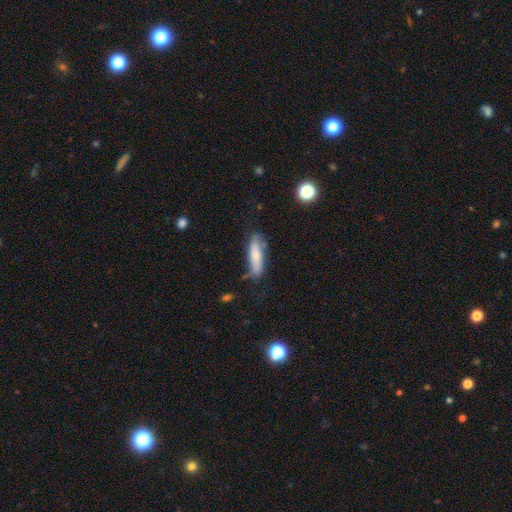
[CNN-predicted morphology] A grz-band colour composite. It shows a smooth galaxy with no disk features (69%) that is cigar-shaped (57%). Merging: none (65%).